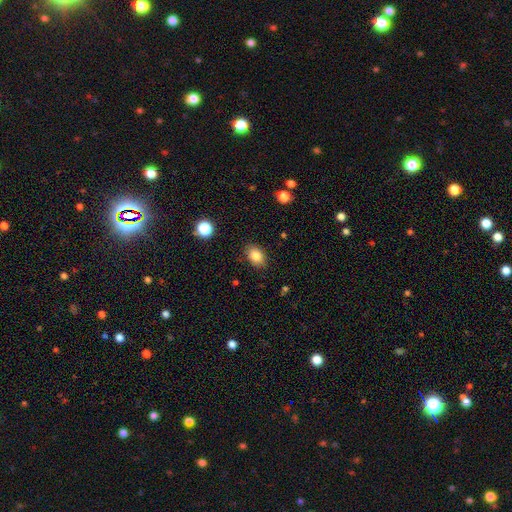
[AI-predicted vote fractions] A smooth galaxy with no disk features (84%) that is in between round and cigar-shaped (78%). Merging: none (87%).